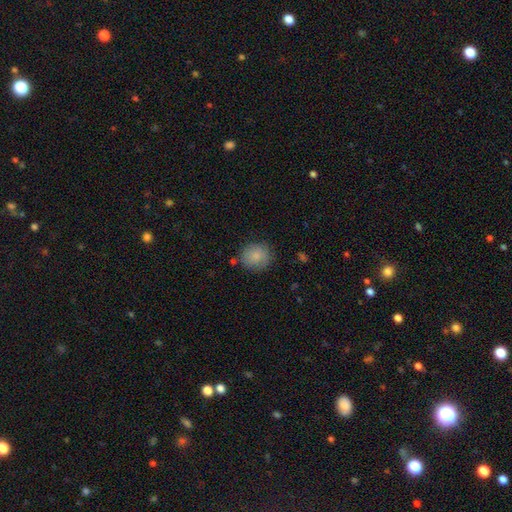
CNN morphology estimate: Smooth or featured? smooth (84%)
How rounded? round (84%)
Merging? none (79%)